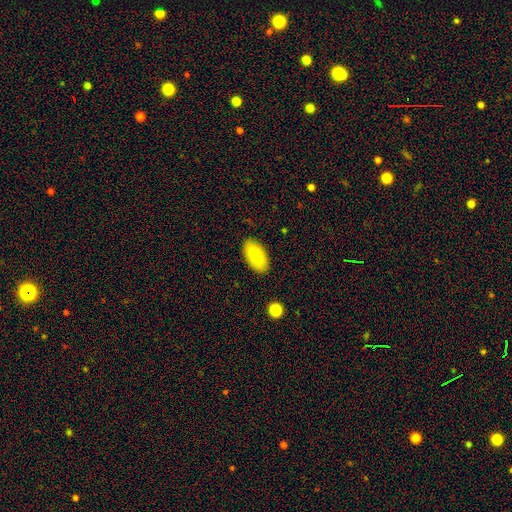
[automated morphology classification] This appears to be a smooth galaxy with no disk features (89%) that is in between round and cigar-shaped (95%). Merging: none (88%).